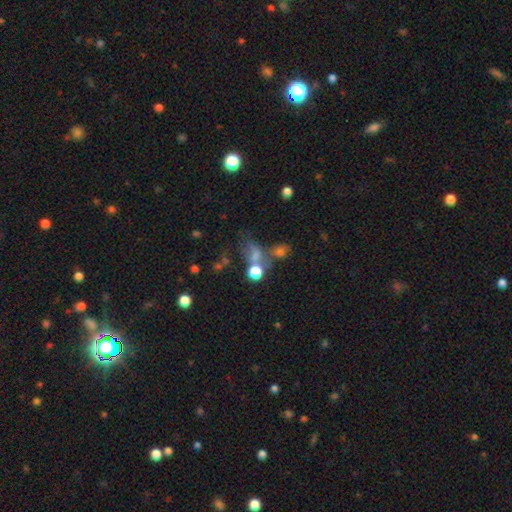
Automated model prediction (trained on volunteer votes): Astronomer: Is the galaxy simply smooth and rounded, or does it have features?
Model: smooth — 45% (runner-up: star or artifact, 36%).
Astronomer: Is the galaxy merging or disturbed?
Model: none — 40% (runner-up: merger, 25%).